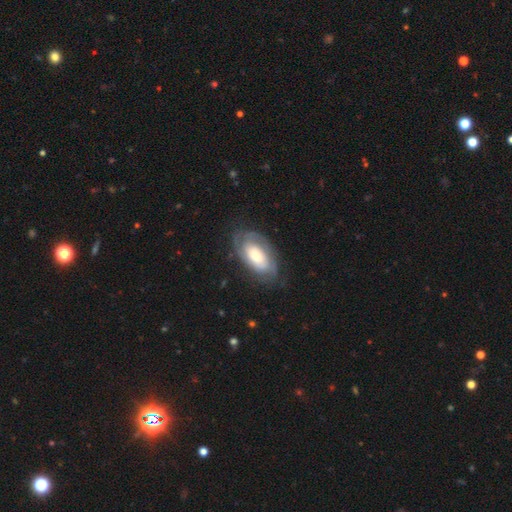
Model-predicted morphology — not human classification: Overall: featured or disk (68%). Edge-on disk: no (94%). Bar: no (66%). Spiral arms: yes (82%). Spiral arm count: can't tell (41%; 2 39%). Spiral winding: tight (65%; medium 26%). Bulge size: moderate (40%; large 38%). Merging: none (71%).